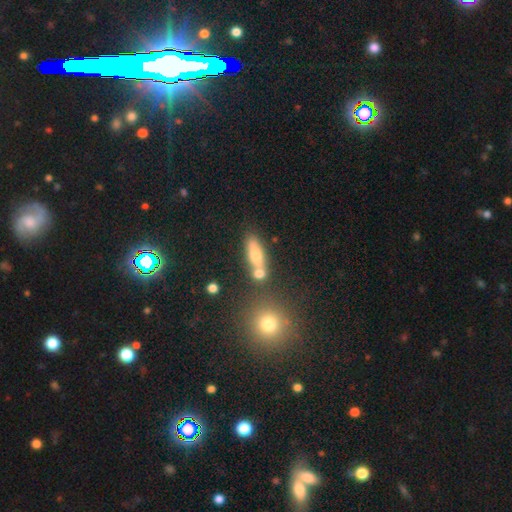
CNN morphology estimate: Smooth or featured? smooth (58%)
How rounded? in between (56%)
Merging? none (60%)